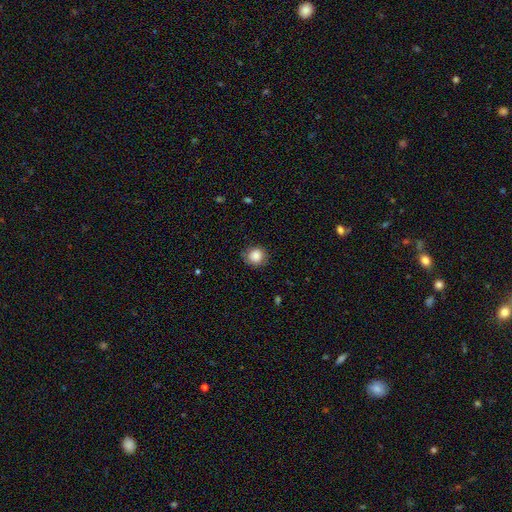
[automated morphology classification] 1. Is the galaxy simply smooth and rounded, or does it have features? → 85% smooth, 9% star or artifact, 6% featured or disk.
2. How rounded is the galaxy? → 86% round, 13% in between, 1% cigar-shaped.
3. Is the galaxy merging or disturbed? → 79% none, 16% minor disturbance, 4% major disturbance, 1% merger.